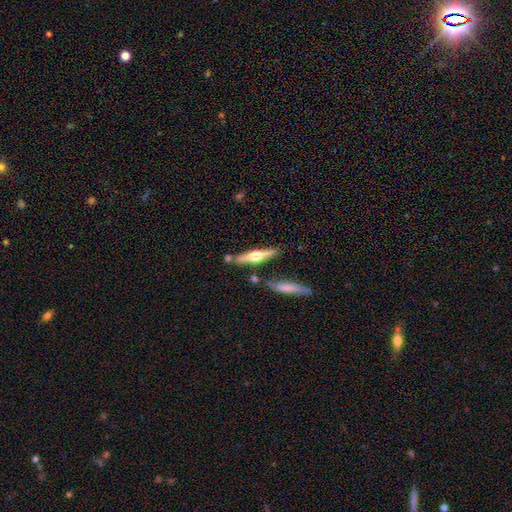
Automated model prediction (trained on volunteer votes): smooth-or-featured: featured or disk: 64% | smooth: 31% | star or artifact: 5%
  disk-edge-on: yes: 96% | no: 4%
    edge-on-bulge: rounded: 94% | boxy: 4% | none: 3%
  merging: none: 78% | minor disturbance: 11% | merger: 9% | major disturbance: 3%